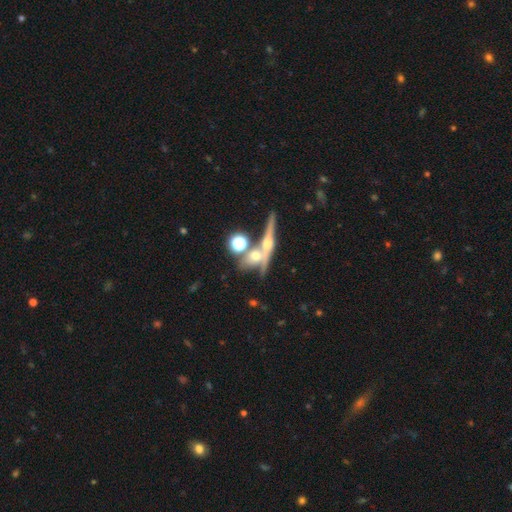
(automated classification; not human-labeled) This appears to be a featured or disk galaxy (53%) viewed edge-on (69%). Merging: merger (41%).